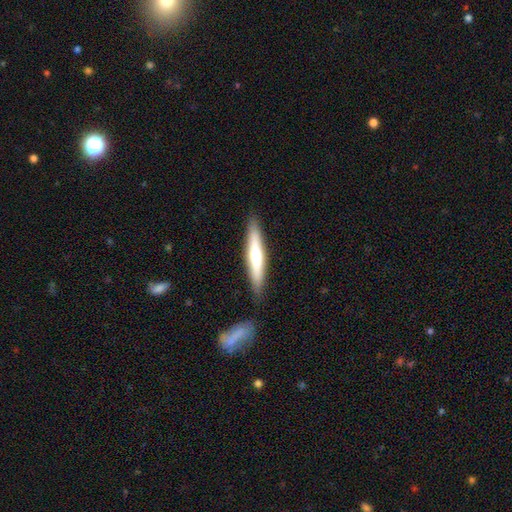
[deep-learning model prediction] This appears to be a smooth galaxy with no disk features (49%). Merging: none (86%).